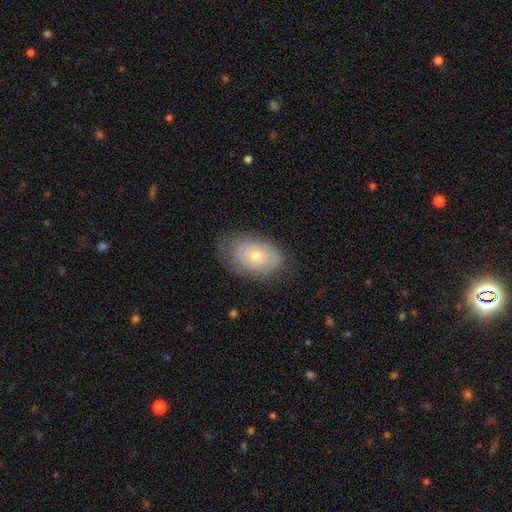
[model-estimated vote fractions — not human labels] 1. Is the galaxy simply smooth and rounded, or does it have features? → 47% smooth, 46% featured or disk, 7% star or artifact.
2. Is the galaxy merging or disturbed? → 64% none, 25% minor disturbance, 10% major disturbance, 1% merger.